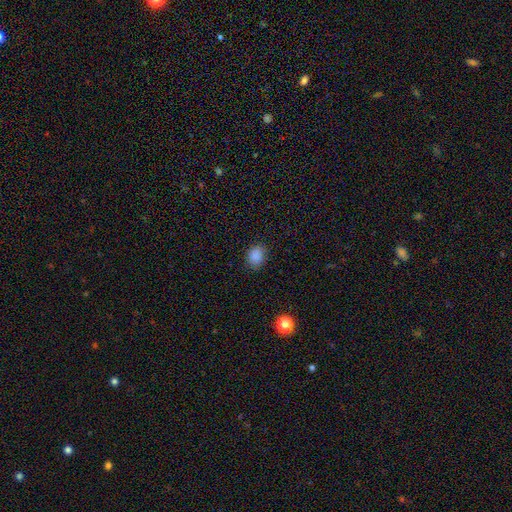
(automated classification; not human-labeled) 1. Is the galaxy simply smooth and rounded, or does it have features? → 86% smooth, 10% star or artifact, 3% featured or disk.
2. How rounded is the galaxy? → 50% round, 49% in between, 1% cigar-shaped.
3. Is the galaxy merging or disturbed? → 82% none, 14% minor disturbance, 3% major disturbance, 1% merger.